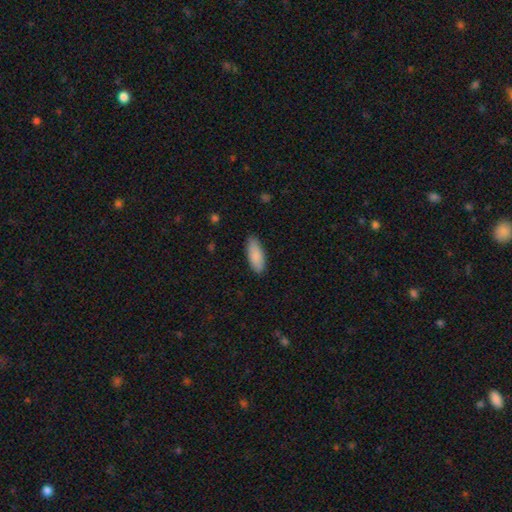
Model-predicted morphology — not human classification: Overall: smooth (88%). How rounded: in between (74%). Merging: none (86%).